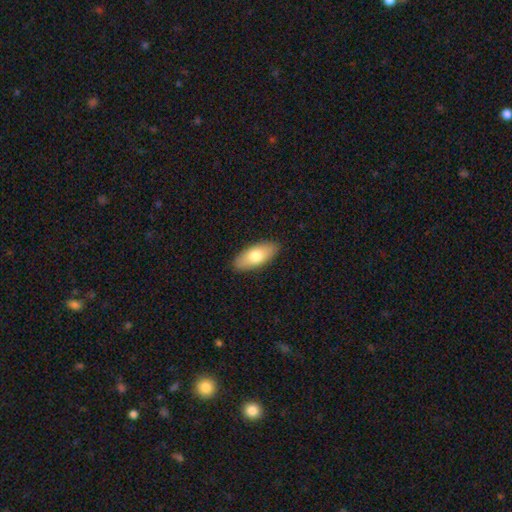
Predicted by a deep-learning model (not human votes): smooth 74%, featured or disk 20%, star or artifact 6%. Down the decision tree: how rounded — in between (84%); merging — none (89%).